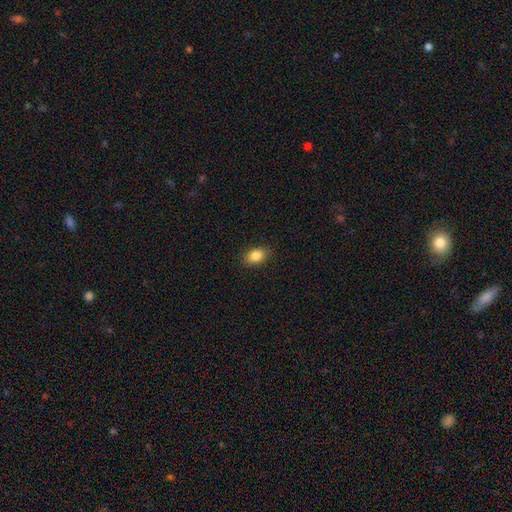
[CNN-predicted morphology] Overall: smooth (87%). How rounded: in between (83%). Merging: none (88%).